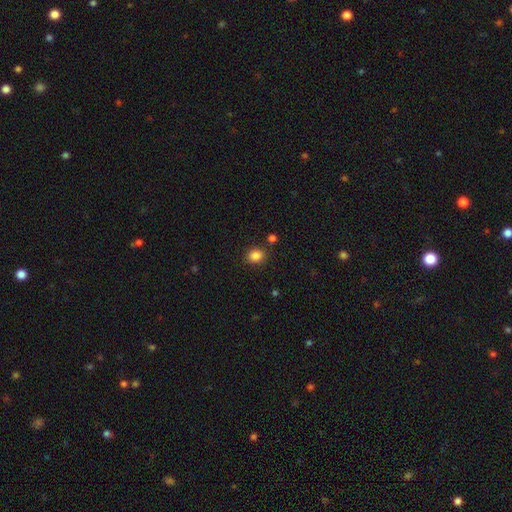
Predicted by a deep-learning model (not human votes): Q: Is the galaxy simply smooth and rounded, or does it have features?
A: smooth — 85%.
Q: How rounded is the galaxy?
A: round — 56%.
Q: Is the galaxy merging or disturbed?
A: none — 83%.